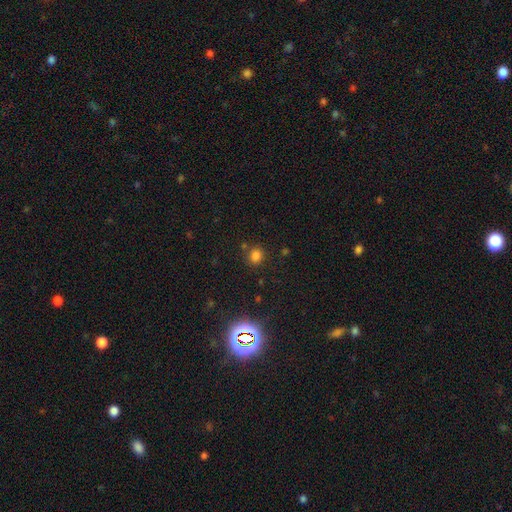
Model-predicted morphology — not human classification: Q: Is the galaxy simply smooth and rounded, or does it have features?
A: smooth — 76%.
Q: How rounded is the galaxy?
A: round — 73%.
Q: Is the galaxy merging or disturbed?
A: none — 76%.